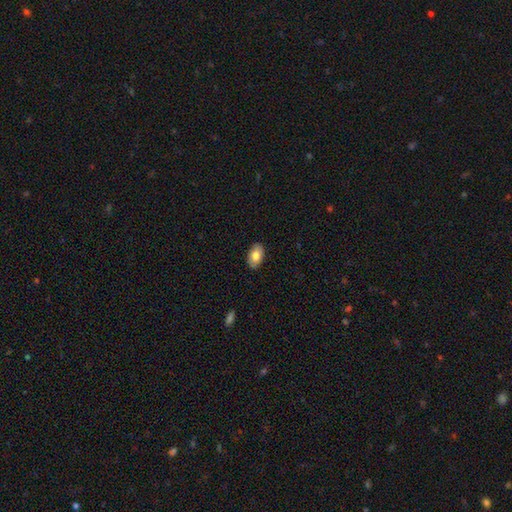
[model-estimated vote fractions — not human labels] Q: Smooth or featured?
A: smooth (78%); runner-up: featured or disk (15%)
Q: How rounded?
A: in between (93%); runner-up: round (5%)
Q: Merging?
A: none (89%); runner-up: minor disturbance (9%)